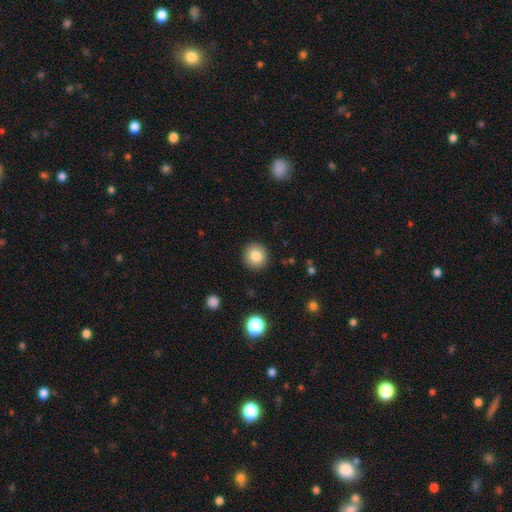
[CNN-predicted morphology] A smooth galaxy with no disk features (83%) that is round (93%). Merging: none (92%).